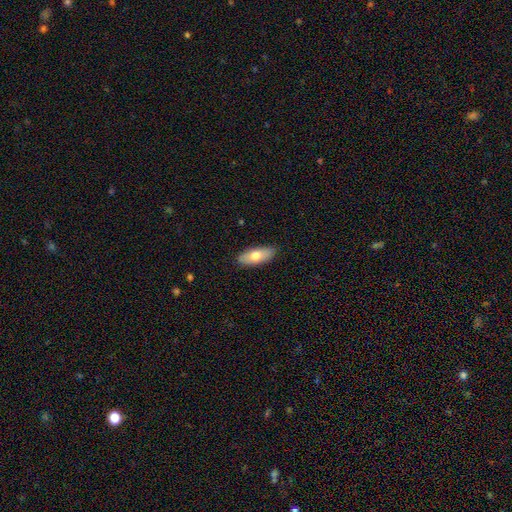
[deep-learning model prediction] Smooth or featured: smooth — 71% (featured or disk — 23%)
How rounded: in between — 78% (cigar-shaped — 19%)
Merging: none — 88% (minor disturbance — 9%)